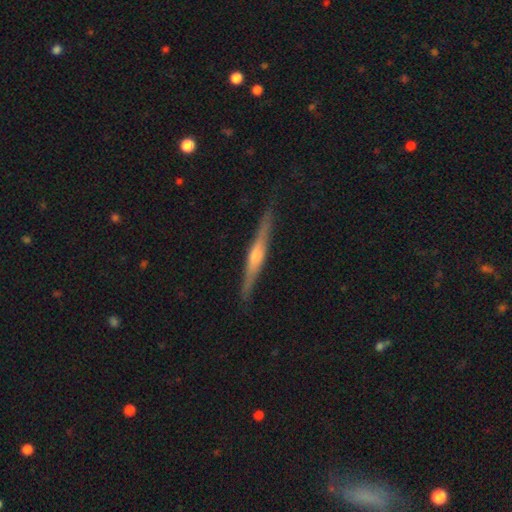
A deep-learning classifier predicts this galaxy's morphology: A featured or disk galaxy (70%) viewed edge-on (98%) with a rounded central bulge (72%). Merging: none (88%).